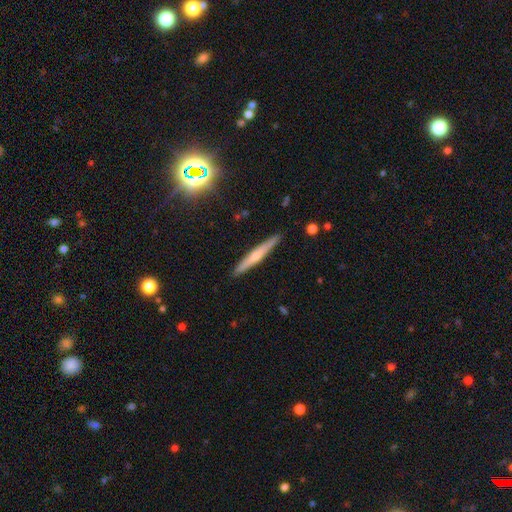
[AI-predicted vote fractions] Q: Smooth or featured?
A: featured or disk (52%); runner-up: smooth (41%)
Q: Edge-on disk?
A: yes (96%); runner-up: no (4%)
Q: Merging?
A: none (91%); runner-up: minor disturbance (7%)